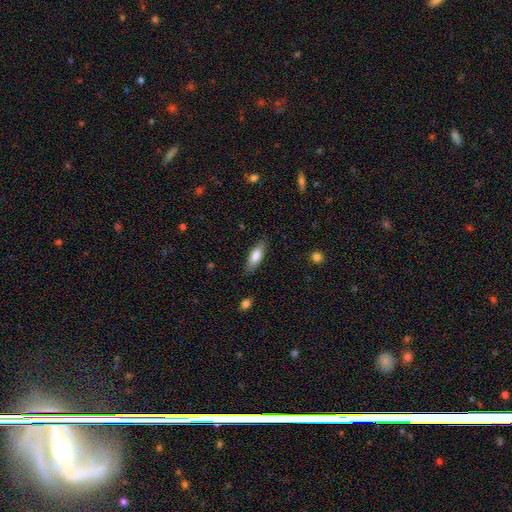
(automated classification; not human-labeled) Morphology: type=smooth (78%); roundness=in between (58%); merging=none (84%).